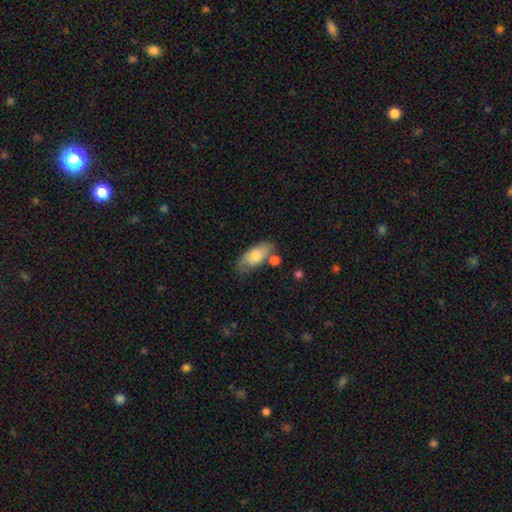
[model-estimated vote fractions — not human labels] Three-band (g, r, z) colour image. It shows a smooth galaxy with no disk features (74%) that is in between round and cigar-shaped (87%). Merging: none (59%).